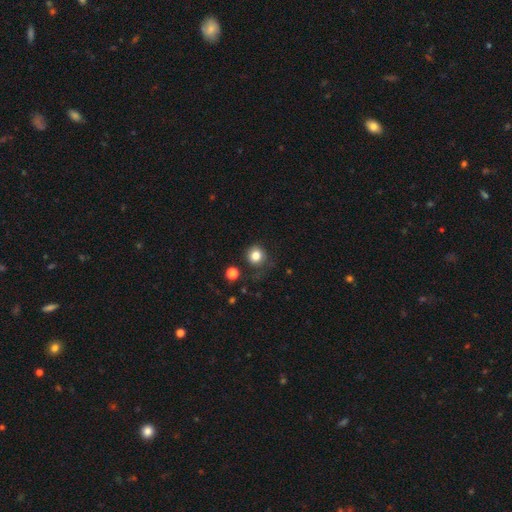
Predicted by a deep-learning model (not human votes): Smooth or featured: smooth — 82% (star or artifact — 12%)
How rounded: round — 89% (in between — 10%)
Merging: none — 75% (minor disturbance — 15%)